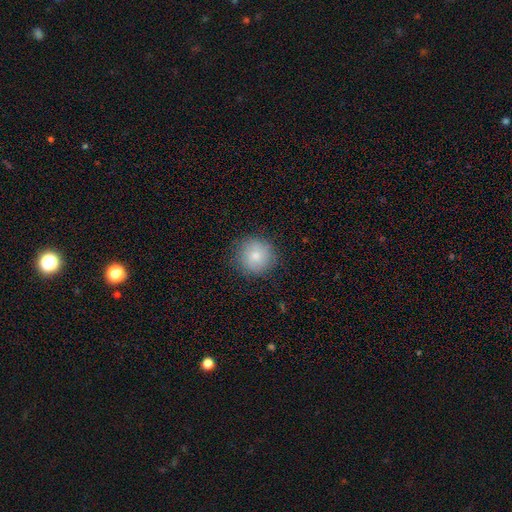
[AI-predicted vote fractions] Smooth or featured?
  - smooth: 81% *
  - featured or disk: 10%
  - star or artifact: 9%
How rounded?
  - round: 94% *
  - in between: 5%
  - cigar-shaped: 1%
Merging?
  - none: 85% *
  - minor disturbance: 10%
  - major disturbance: 3%
  - merger: 1%